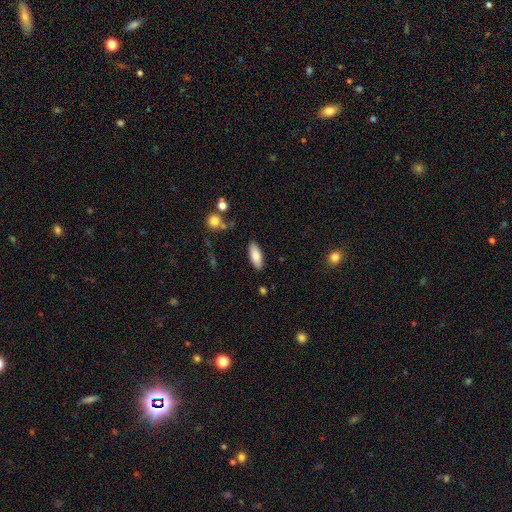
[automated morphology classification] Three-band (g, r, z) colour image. It shows a smooth galaxy with no disk features (82%) that is in between round and cigar-shaped (76%). Merging: none (87%).